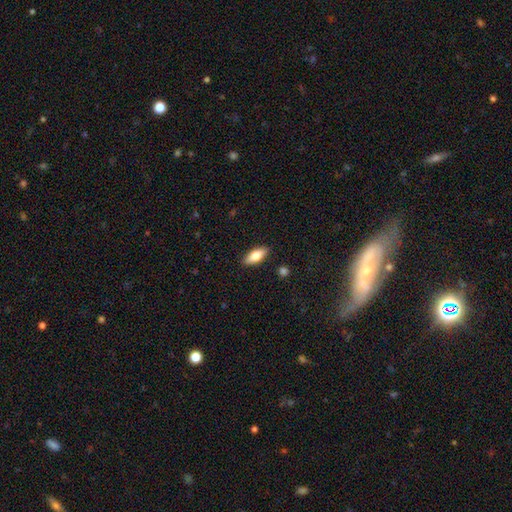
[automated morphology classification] The model was most divided on "smooth or featured": smooth: 72%, featured or disk: 21%, star or artifact: 6%. More confident: merging — none (88%); how rounded — in between (76%).